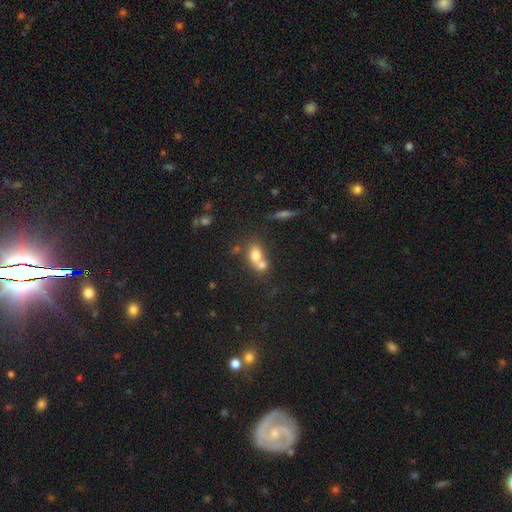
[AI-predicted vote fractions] This appears to be a smooth galaxy with no disk features (71%) that is in between round and cigar-shaped (59%). Merging: merger (64%).